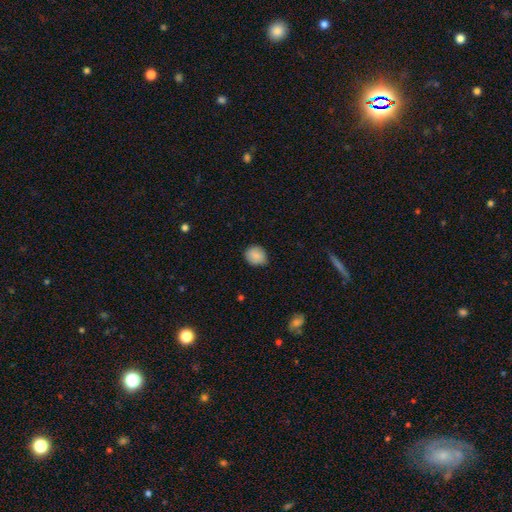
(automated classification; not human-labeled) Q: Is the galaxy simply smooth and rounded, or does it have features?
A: smooth — 85%.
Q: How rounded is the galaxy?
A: round — 68%.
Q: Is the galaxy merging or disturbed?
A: none — 77%.